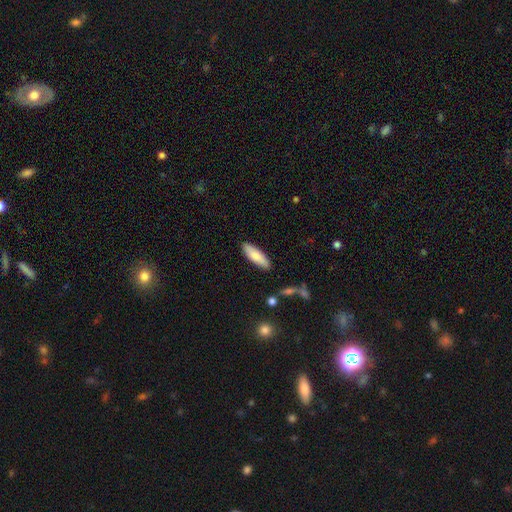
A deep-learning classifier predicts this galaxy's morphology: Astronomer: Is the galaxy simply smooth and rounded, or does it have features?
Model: smooth — 81%.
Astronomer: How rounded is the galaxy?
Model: in between — 53% (runner-up: cigar-shaped, 45%).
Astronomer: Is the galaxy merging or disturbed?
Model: none — 88%.